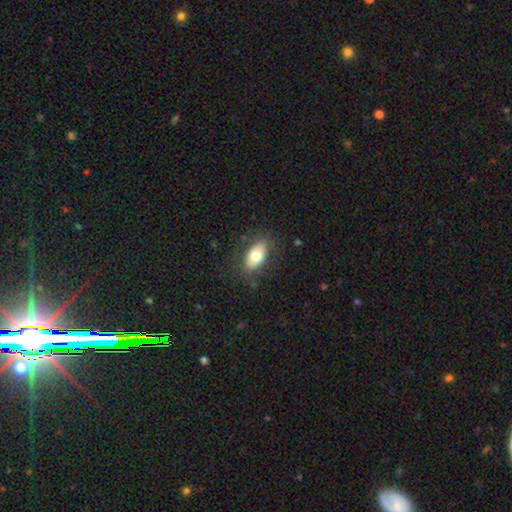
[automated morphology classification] smooth 73%, featured or disk 20%, star or artifact 7%. Down the decision tree: how rounded — in between (91%); merging — none (80%).